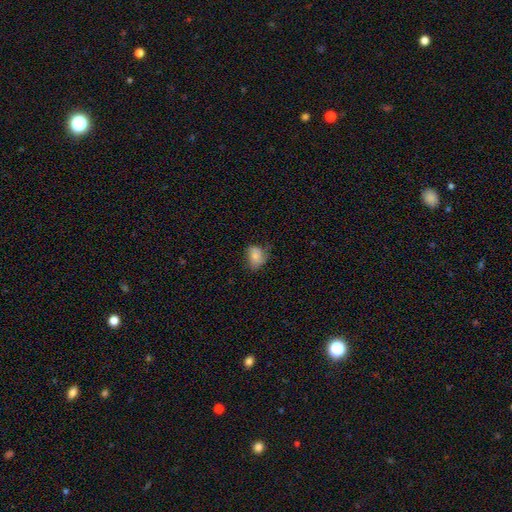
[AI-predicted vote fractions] Smooth or featured?
  - smooth: 73% *
  - featured or disk: 18%
  - star or artifact: 9%
How rounded?
  - in between: 65% *
  - round: 33%
  - cigar-shaped: 1%
Merging?
  - none: 48% *
  - minor disturbance: 34%
  - major disturbance: 16%
  - merger: 2%